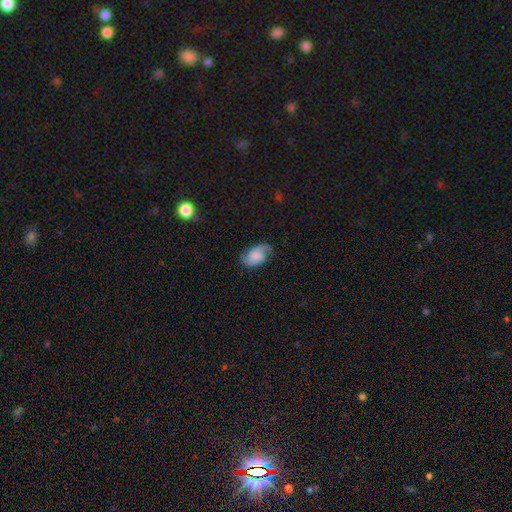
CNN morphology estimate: Overall: featured or disk (54%; smooth 37%). Edge-on disk: no (96%). Bar: no (67%; weak 28%). Spiral arms: yes (92%). Bulge size: none (33%; small 27%). Merging: none (65%).